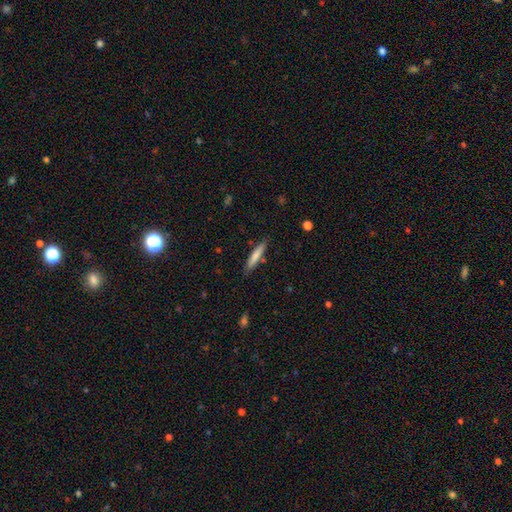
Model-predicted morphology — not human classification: Smooth or featured? Predicted: smooth (p=0.75). How rounded? Predicted: cigar-shaped (p=0.89). Merging? Predicted: none (p=0.84).